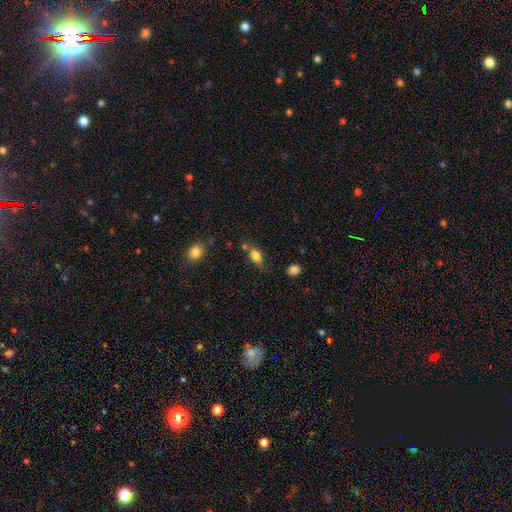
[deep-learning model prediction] Overall: smooth (83%). How rounded: in between (80%). Merging: none (63%).